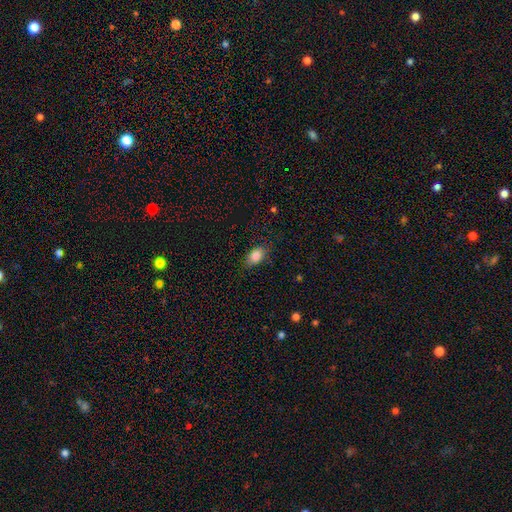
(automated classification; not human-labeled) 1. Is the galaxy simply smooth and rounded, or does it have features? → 86% smooth, 8% star or artifact, 6% featured or disk.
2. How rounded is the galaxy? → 88% in between, 9% round, 2% cigar-shaped.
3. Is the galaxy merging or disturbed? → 83% none, 13% minor disturbance, 3% major disturbance, 1% merger.